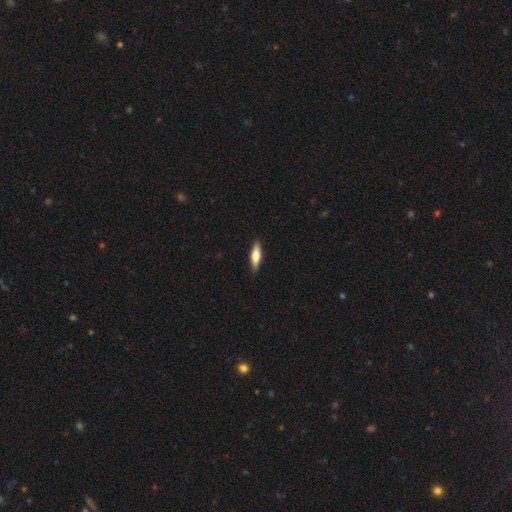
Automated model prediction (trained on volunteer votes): Smooth or featured? smooth (64%)
How rounded? cigar-shaped (61%)
Merging? none (88%)